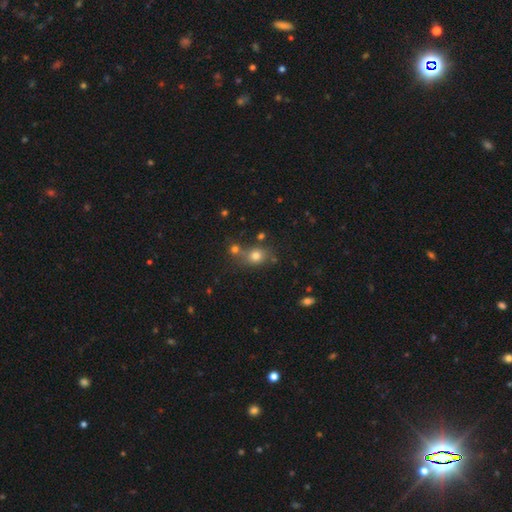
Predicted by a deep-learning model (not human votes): Overall: smooth (75%). How rounded: round (65%; in between 34%). Merging: none (60%; merger 23%).